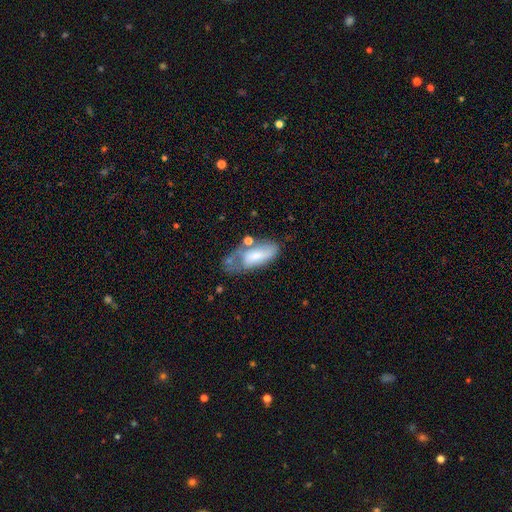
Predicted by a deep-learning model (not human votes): Smooth or featured: smooth — 59% (featured or disk — 34%)
How rounded: in between — 85% (cigar-shaped — 13%)
Merging: none — 33% (minor disturbance — 30%)